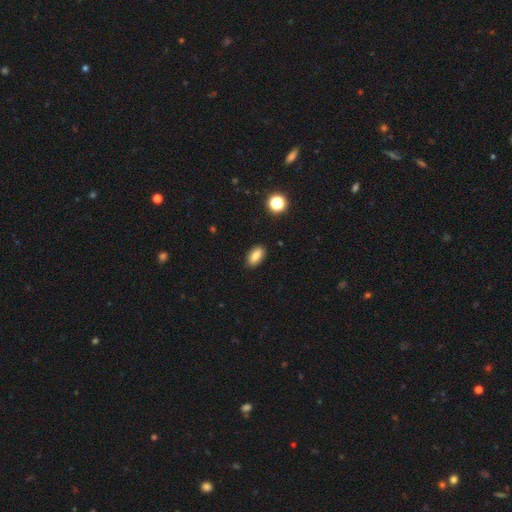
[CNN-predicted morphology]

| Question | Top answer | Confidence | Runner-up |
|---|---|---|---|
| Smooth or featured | smooth | 82% | star or artifact (10%) |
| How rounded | in between | 90% | cigar-shaped (5%) |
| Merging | none | 88% | minor disturbance (8%) |